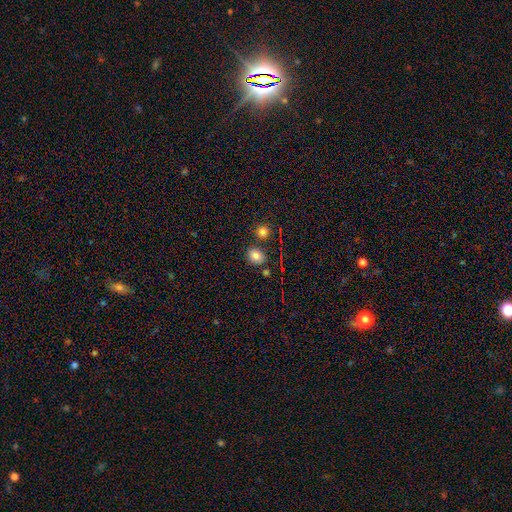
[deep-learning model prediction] smooth_or_featured: smooth (p=0.81) [alt: star or artifact p=0.11]
how_rounded: round (p=0.57) [alt: in between p=0.42]
merging: none (p=0.78) [alt: minor disturbance p=0.11]